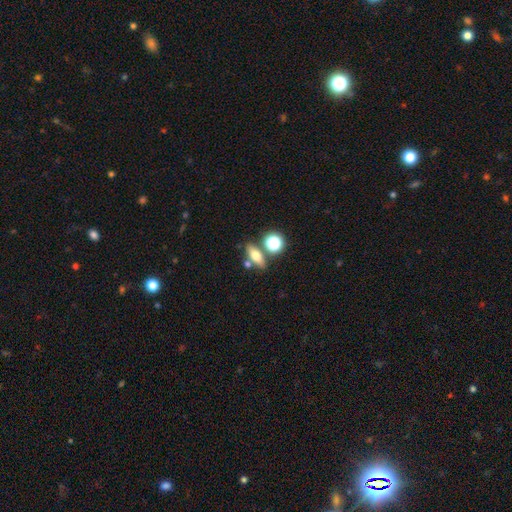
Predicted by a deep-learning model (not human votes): A smooth galaxy with no disk features (60%) that is in between round and cigar-shaped (56%). Merging: none (67%).